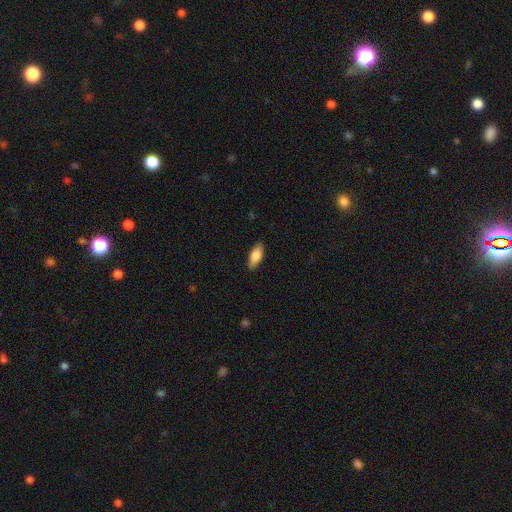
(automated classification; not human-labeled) Smooth or featured? smooth (76%)
How rounded? in between (74%)
Merging? none (87%)